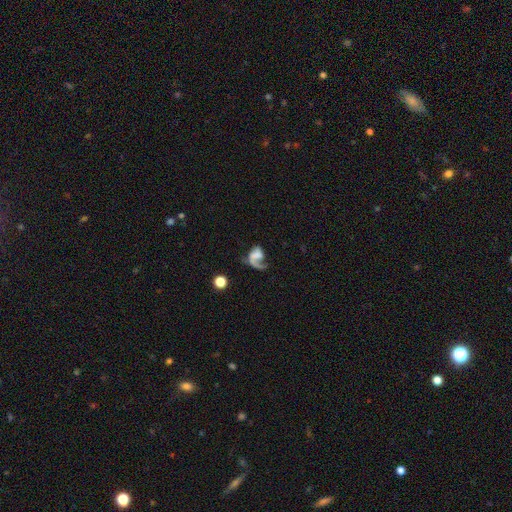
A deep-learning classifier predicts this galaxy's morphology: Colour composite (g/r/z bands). It shows a featured or disk galaxy (66%) with no bar (66%), 1 (78%) loose (61%) spiral arms (82%) and no central bulge (56%). Merging: major disturbance (46%).